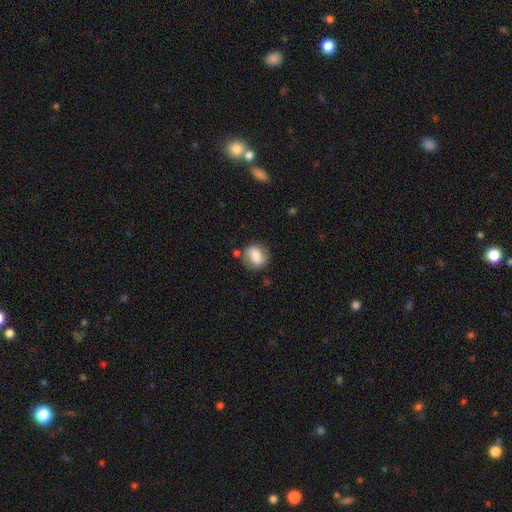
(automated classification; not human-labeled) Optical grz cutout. It shows a smooth galaxy with no disk features (69%) that is round (55%). Merging: none (72%).